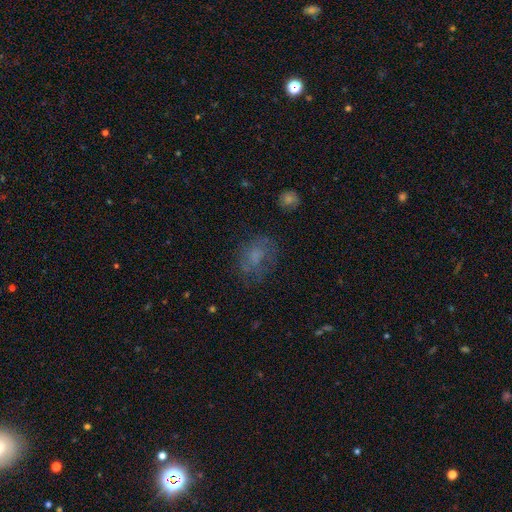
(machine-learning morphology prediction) Smooth or featured: smooth — 54% (featured or disk — 29%)
How rounded: in between — 58% (round — 40%)
Merging: none — 58% (minor disturbance — 21%)